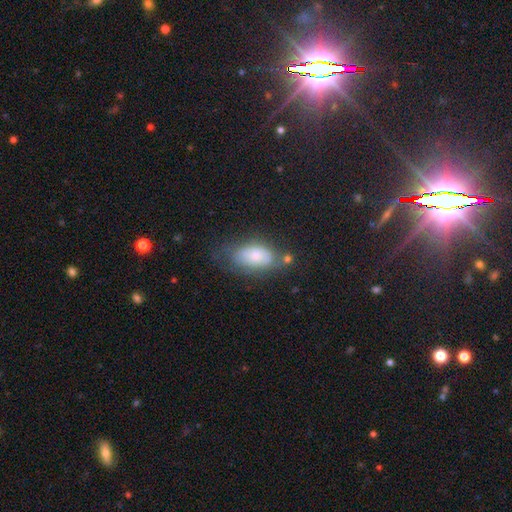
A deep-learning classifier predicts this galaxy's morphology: Smooth or featured?
  - smooth: 66% *
  - featured or disk: 25%
  - star or artifact: 8%
How rounded?
  - in between: 91% *
  - round: 6%
  - cigar-shaped: 3%
Merging?
  - none: 48% *
  - minor disturbance: 30%
  - major disturbance: 15%
  - merger: 7%